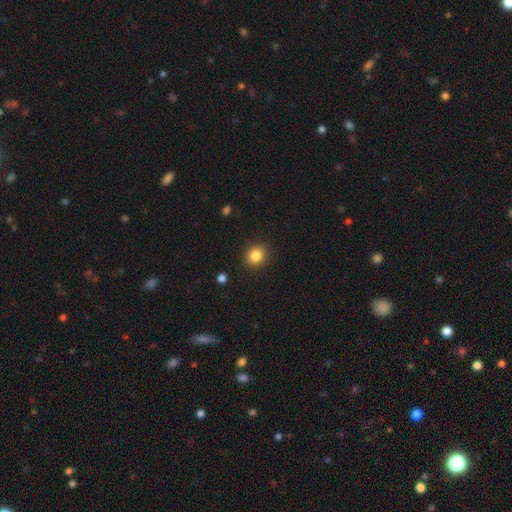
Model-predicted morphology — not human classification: Smooth or featured? Predicted: smooth (p=0.84). How rounded? Predicted: round (p=0.86). Merging? Predicted: none (p=0.90).